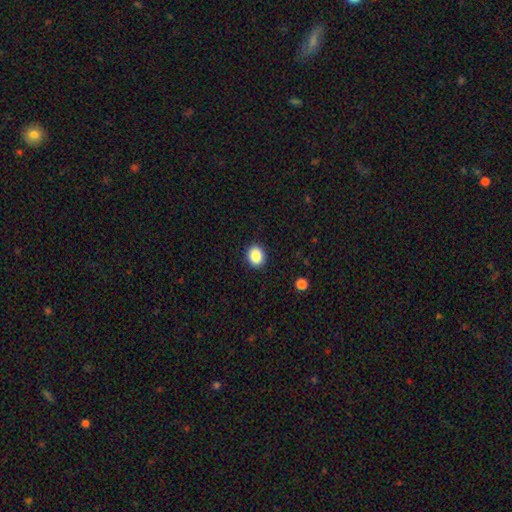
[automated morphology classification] smooth_or_featured: smooth (p=0.87) [alt: star or artifact p=0.09]
how_rounded: round (p=0.60) [alt: in between p=0.39]
merging: none (p=0.91) [alt: minor disturbance p=0.06]